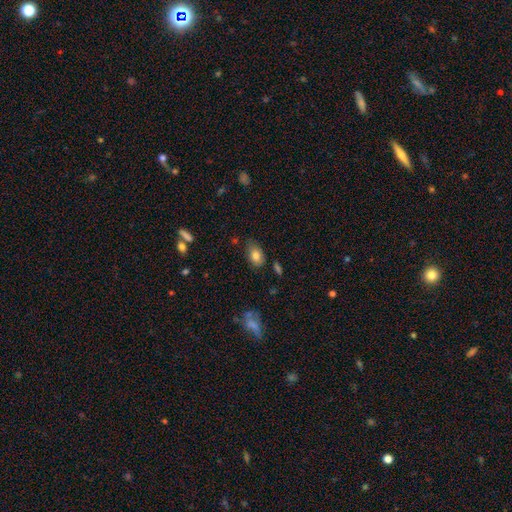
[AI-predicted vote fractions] Smooth or featured? smooth (82%)
How rounded? in between (85%)
Merging? none (71%)